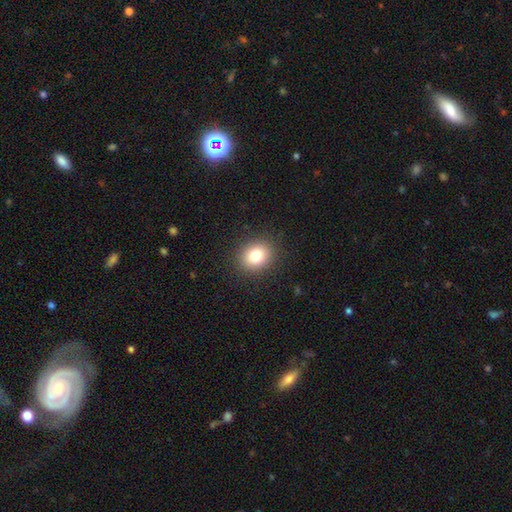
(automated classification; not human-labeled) smooth_or_featured: smooth (p=0.80) [alt: star or artifact p=0.11]
how_rounded: round (p=0.59) [alt: in between p=0.40]
merging: none (p=0.89) [alt: minor disturbance p=0.07]